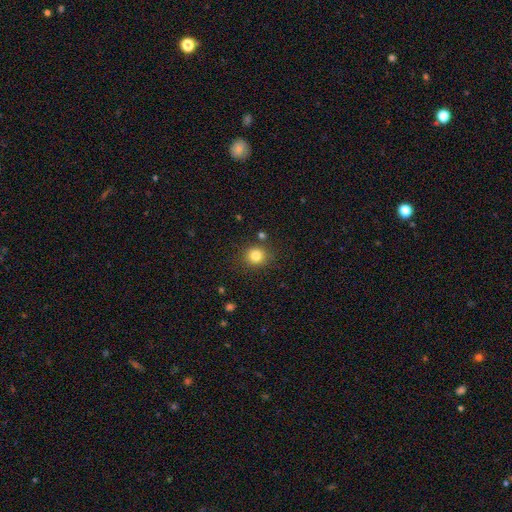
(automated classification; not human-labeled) smooth_or_featured: smooth (p=0.82) [alt: star or artifact p=0.12]
how_rounded: round (p=0.89) [alt: in between p=0.10]
merging: none (p=0.85) [alt: minor disturbance p=0.08]